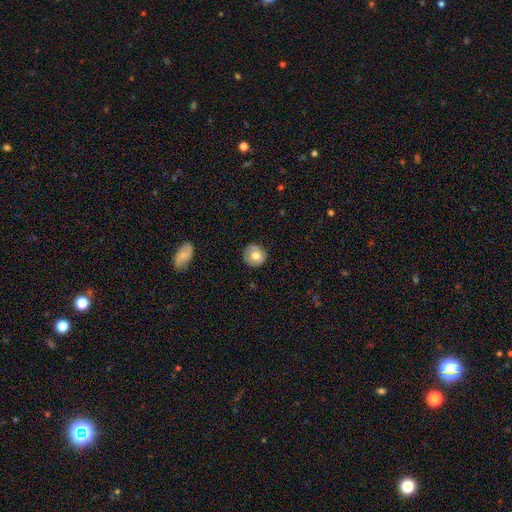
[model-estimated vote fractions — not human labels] This is likely a smooth galaxy (70%). How rounded: clearly round (91%). Merging: clearly none (83%).